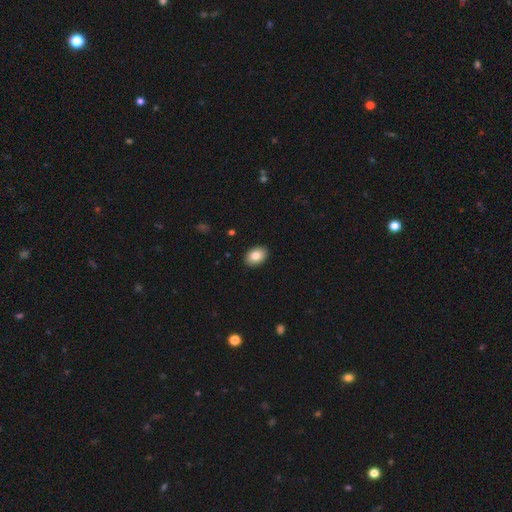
Q: Smooth or featured?
A: smooth (95%); runner-up: featured or disk (3%)
Q: How rounded?
A: in between (89%); runner-up: round (11%)
Q: Merging?
A: none (97%); runner-up: minor disturbance (3%)